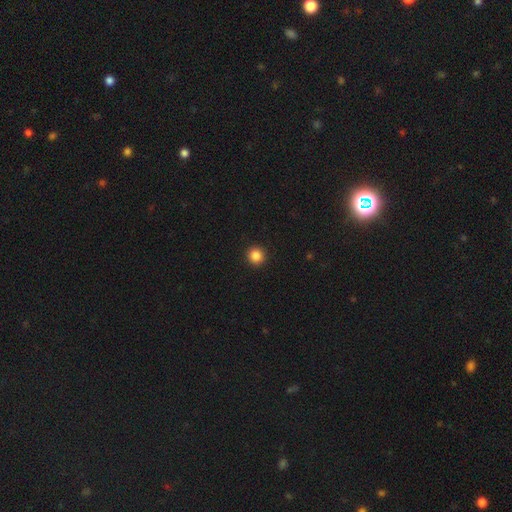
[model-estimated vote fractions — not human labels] Smooth or featured? Predicted: smooth (p=0.86). How rounded? Predicted: round (p=0.95). Merging? Predicted: none (p=0.93).